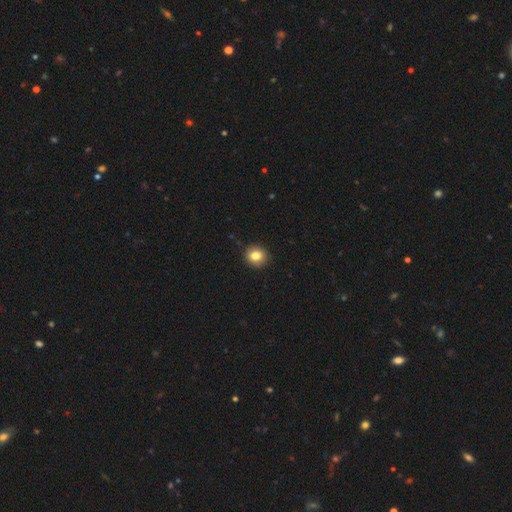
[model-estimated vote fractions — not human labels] Smooth or featured: smooth — 82% (star or artifact — 11%)
How rounded: round — 81% (in between — 18%)
Merging: none — 91% (minor disturbance — 6%)